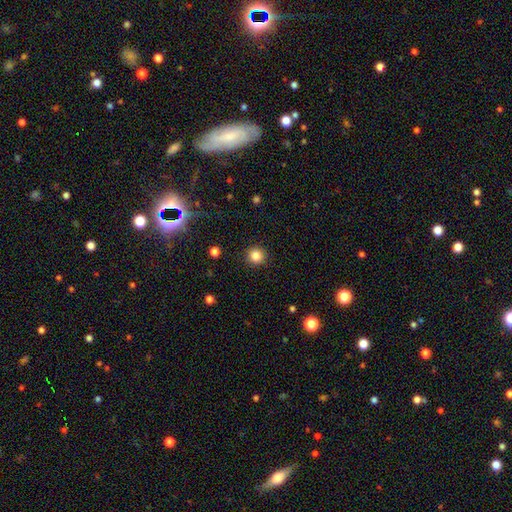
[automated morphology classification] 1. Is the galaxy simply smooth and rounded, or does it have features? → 84% smooth, 11% star or artifact, 5% featured or disk.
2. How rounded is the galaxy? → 93% round, 6% in between, 1% cigar-shaped.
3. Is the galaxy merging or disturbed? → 92% none, 5% minor disturbance, 2% major disturbance, 1% merger.